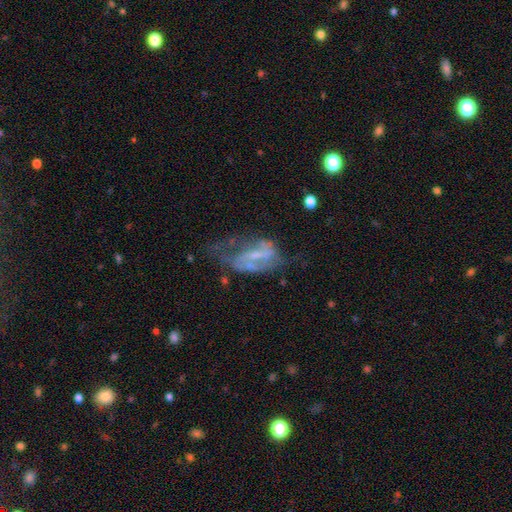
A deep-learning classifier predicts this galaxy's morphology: A featured or disk galaxy (71%) with a weak bar (43%), spiral arms (67%) and a small central bulge (52%).

Vote fractions:
- Smooth or featured? featured or disk: 71% / smooth: 19% / star or artifact: 10%
- Edge-on disk? no: 94% / yes: 6%
- Bar? weak: 43% / no: 31% / strong: 26%
- Spiral arms? yes: 67% / no: 33%
- Bulge size? small: 52% / none: 26% / moderate: 19% / large: 2% / dominant: 1%
- Merging? none: 36% / major disturbance: 34% / minor disturbance: 25% / merger: 5%